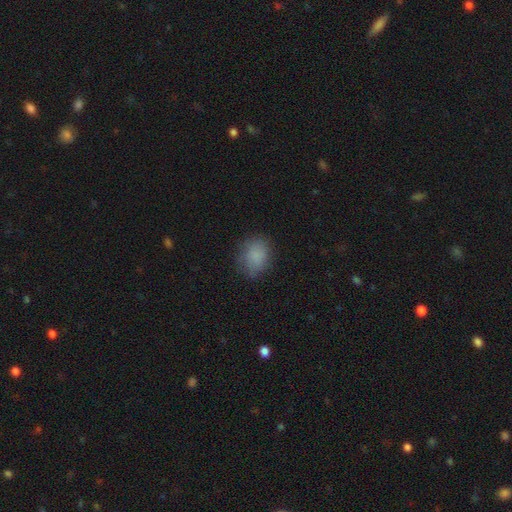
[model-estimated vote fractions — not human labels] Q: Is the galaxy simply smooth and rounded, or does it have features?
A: smooth — 84%.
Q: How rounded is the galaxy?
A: round — 58%.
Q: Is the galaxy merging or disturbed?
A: none — 76%.